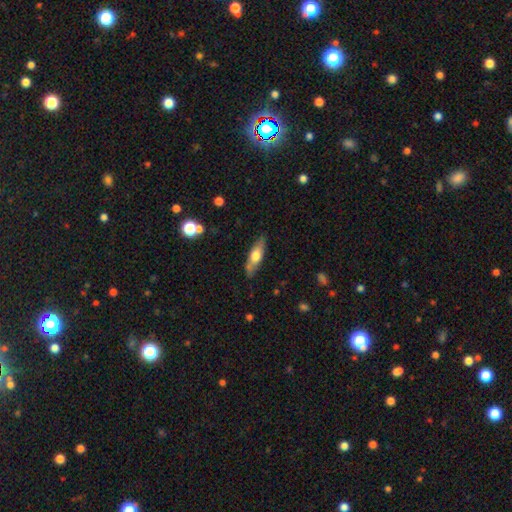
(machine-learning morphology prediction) smooth-or-featured: smooth: 53% | featured or disk: 40% | star or artifact: 6%
  how-rounded: in between: 50% | cigar-shaped: 48% | round: 3%
  merging: none: 78% | minor disturbance: 16% | major disturbance: 3% | merger: 2%